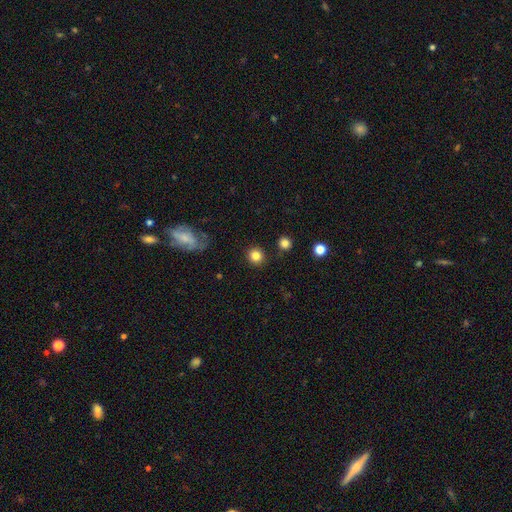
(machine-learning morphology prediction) The model was most divided on "smooth or featured": smooth: 84%, star or artifact: 11%, featured or disk: 6%. More confident: how rounded — round (90%); merging — none (88%).